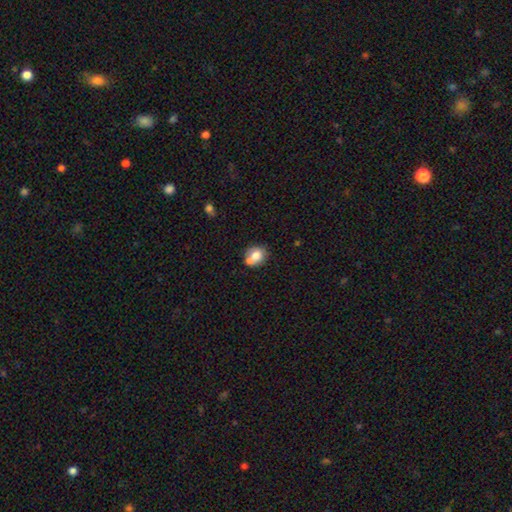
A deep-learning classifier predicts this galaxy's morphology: Smooth or featured: smooth — 74% (featured or disk — 17%)
How rounded: round — 70% (in between — 29%)
Merging: none — 50% (merger — 33%)